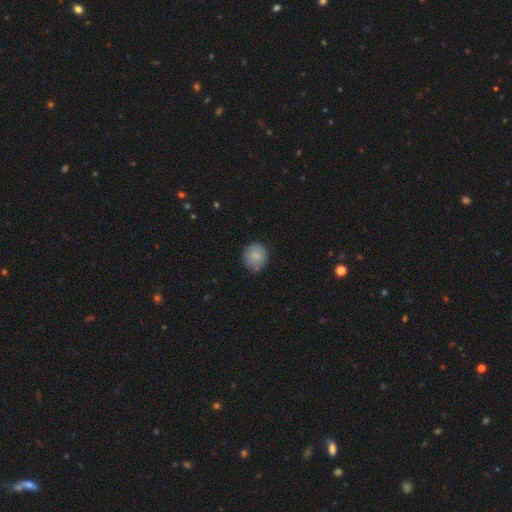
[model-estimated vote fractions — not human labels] A smooth galaxy with no disk features (83%) that is round (85%). Merging: none (82%).